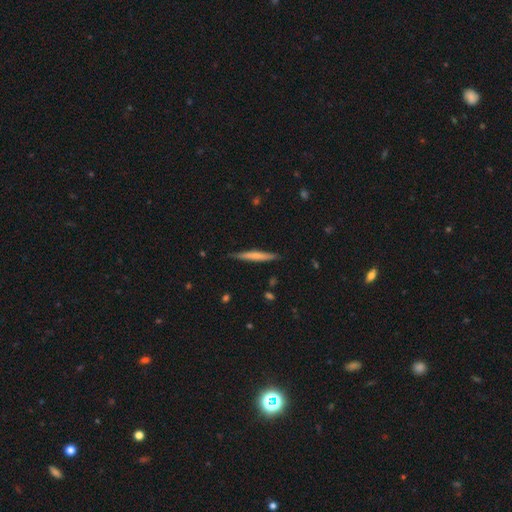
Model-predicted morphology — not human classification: A smooth galaxy with no disk features (59%) that is cigar-shaped (95%). Merging: none (85%).